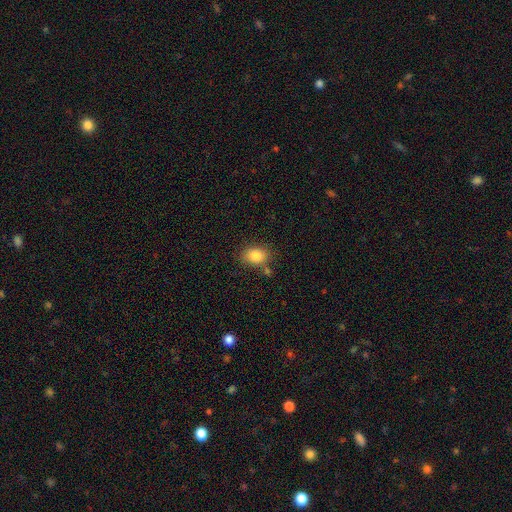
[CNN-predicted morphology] smooth 85%, star or artifact 9%, featured or disk 6%. Down the decision tree: how rounded — in between (71%); merging — none (71%).